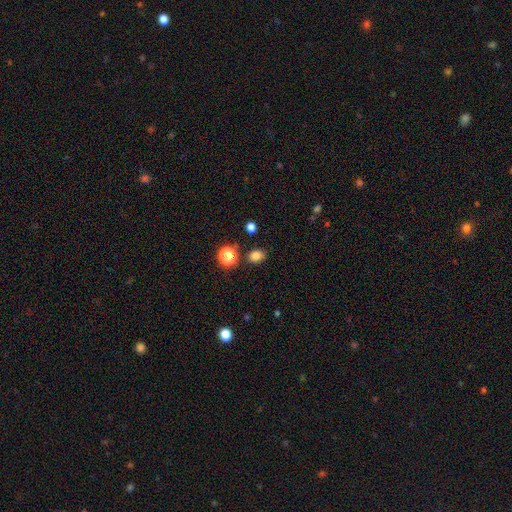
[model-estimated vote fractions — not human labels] Smooth or featured: smooth — 81% (star or artifact — 15%)
How rounded: round — 53% (in between — 46%)
Merging: none — 81% (minor disturbance — 12%)